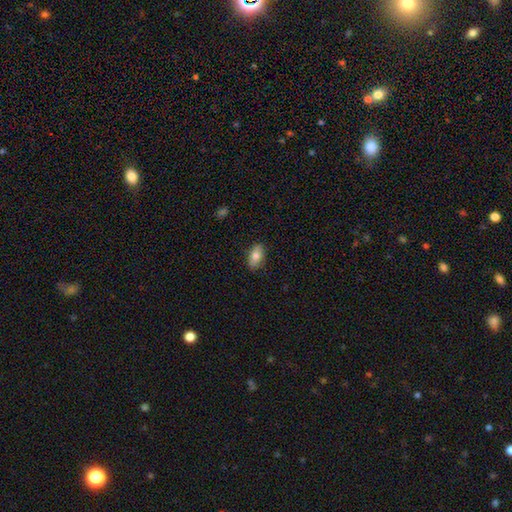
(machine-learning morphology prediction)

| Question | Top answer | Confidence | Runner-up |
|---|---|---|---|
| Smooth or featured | smooth | 78% | featured or disk (15%) |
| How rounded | in between | 90% | round (6%) |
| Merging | none | 85% | minor disturbance (12%) |